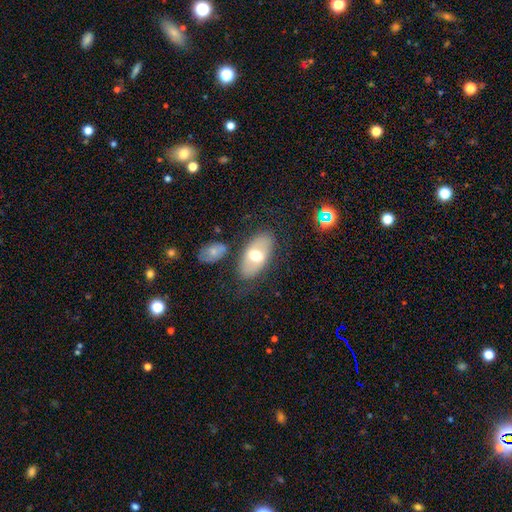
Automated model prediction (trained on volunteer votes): Morphology: type=smooth (57%); roundness=in between (92%); merging=none (74%).